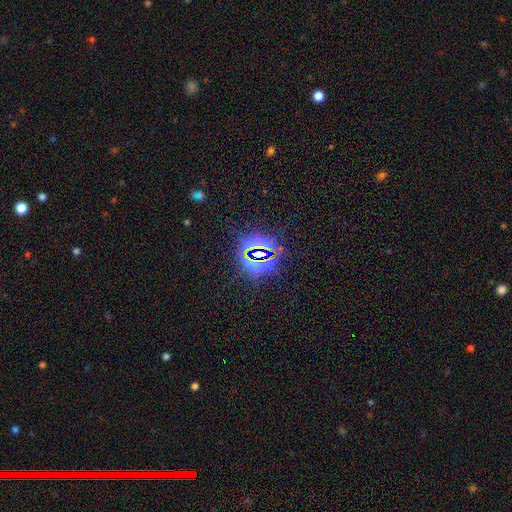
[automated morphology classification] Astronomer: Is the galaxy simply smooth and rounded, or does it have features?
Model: star or artifact — 81%.